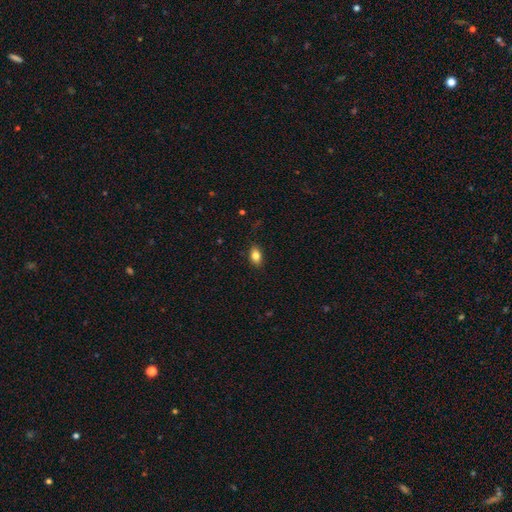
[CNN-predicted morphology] type=smooth (83%); roundness=in between (82%); merging=none (85%).